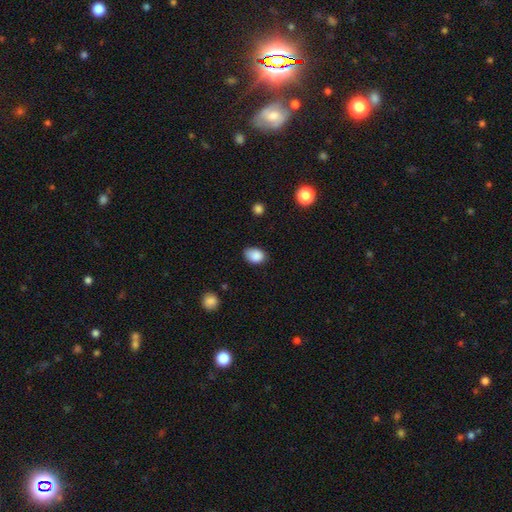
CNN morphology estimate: Overall: smooth (87%). How rounded: in between (73%). Merging: none (68%).